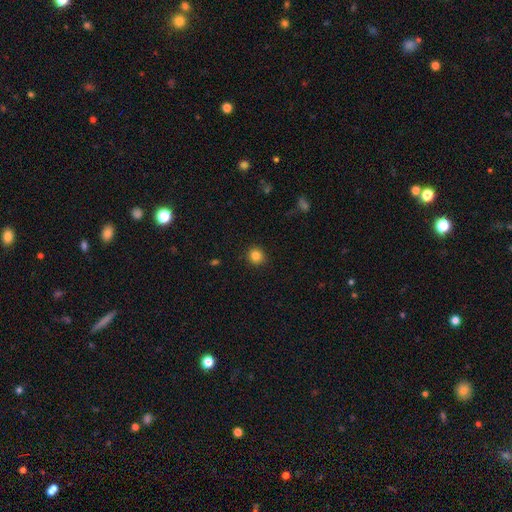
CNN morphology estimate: This is clearly a smooth galaxy (84%). How rounded: clearly round (90%). Merging: clearly none (91%).